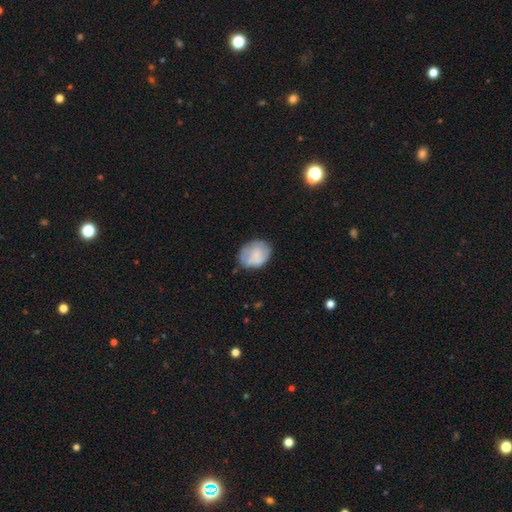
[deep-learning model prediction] smooth-or-featured: smooth: 67% | featured or disk: 25% | star or artifact: 7%
  how-rounded: in between: 51% | round: 48% | cigar-shaped: 1%
  merging: none: 63% | minor disturbance: 26% | major disturbance: 9% | merger: 2%